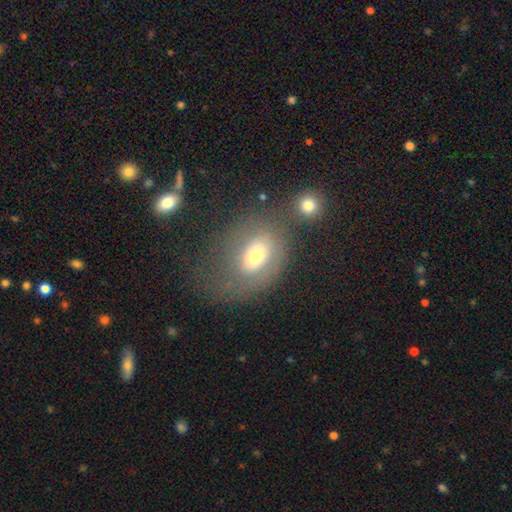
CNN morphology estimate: Overall: smooth (56%; featured or disk 33%). How rounded: in between (71%). Merging: none (38%; major disturbance 25%).